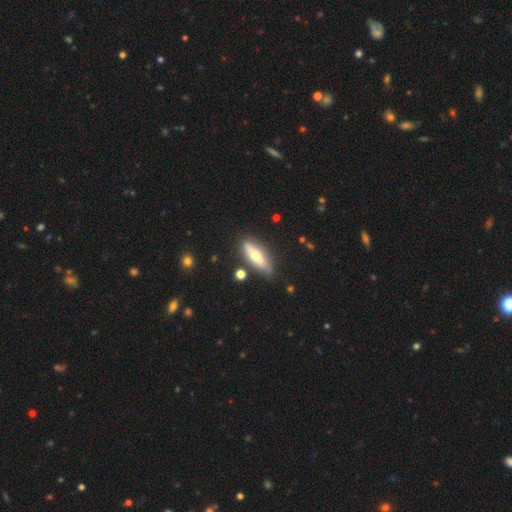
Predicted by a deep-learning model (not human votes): A smooth galaxy with no disk features (57%) that is cigar-shaped (50%).

Vote fractions:
- Smooth or featured? smooth: 57% / featured or disk: 36% / star or artifact: 6%
- How rounded? cigar-shaped: 50% / in between: 48% / round: 2%
- Merging? none: 76% / minor disturbance: 16% / merger: 4% / major disturbance: 4%